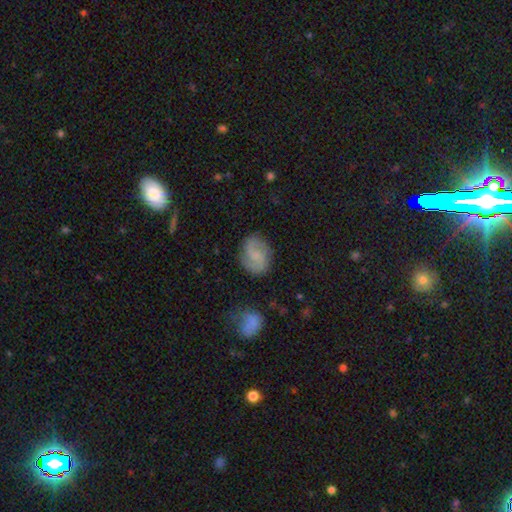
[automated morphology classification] The model was most divided on "bar": weak: 47%, no: 43%, strong: 10%. Remaining: edge-on disk — no (97%); spiral arms — yes (92%); spiral arm count — 2 (86%); merging — none (79%); smooth or featured — featured or disk (58%); spiral winding — medium (47%); bulge size — small (40%).